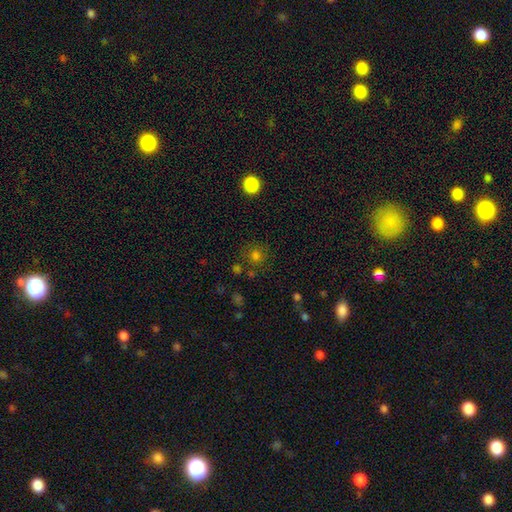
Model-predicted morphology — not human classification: Q: Smooth or featured?
A: smooth (74%); runner-up: star or artifact (19%)
Q: How rounded?
A: round (89%); runner-up: in between (10%)
Q: Merging?
A: none (77%); runner-up: minor disturbance (12%)